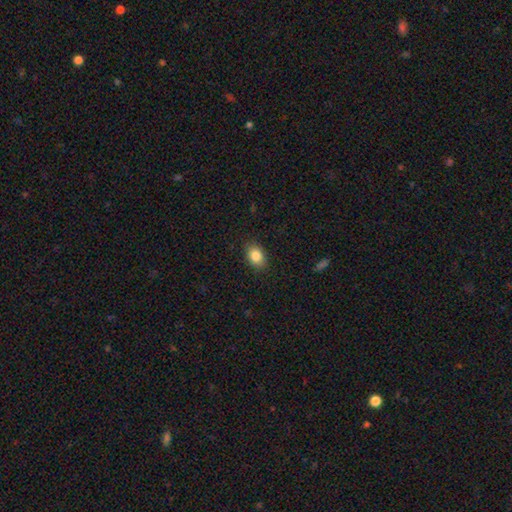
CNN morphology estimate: smooth_or_featured: smooth (p=0.86) [alt: star or artifact p=0.08]
how_rounded: in between (p=0.76) [alt: round p=0.22]
merging: none (p=0.87) [alt: minor disturbance p=0.10]